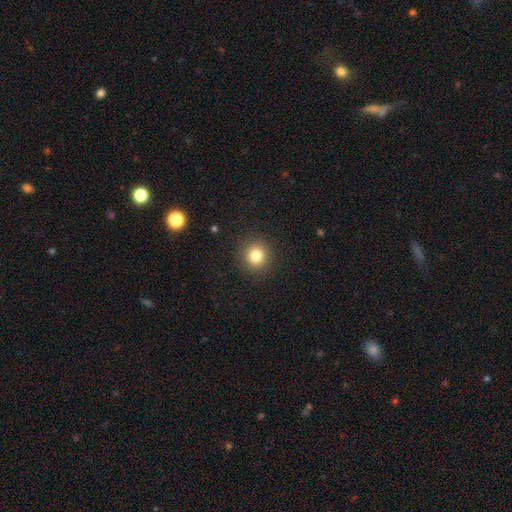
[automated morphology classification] This appears to be a smooth galaxy with no disk features (81%) that is round (91%). Merging: none (91%).